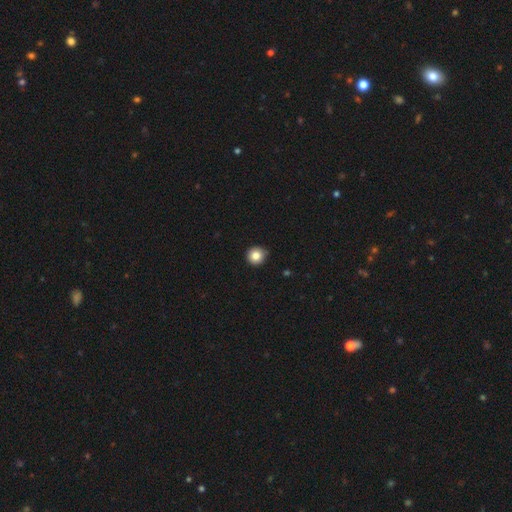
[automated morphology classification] This appears to be a smooth galaxy with no disk features (84%) that is round (95%). Merging: none (88%).